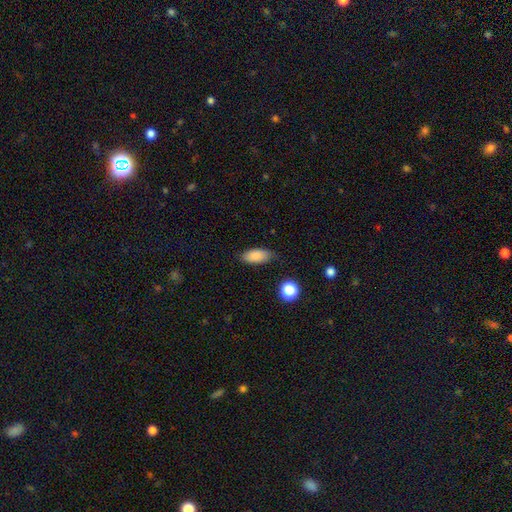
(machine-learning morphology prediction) Overall: smooth (85%). How rounded: in between (85%). Merging: none (78%).